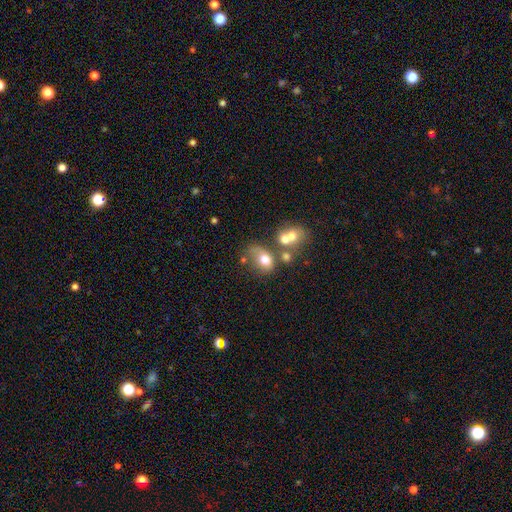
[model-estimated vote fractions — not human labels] smooth-or-featured: smooth: 60% | featured or disk: 24% | star or artifact: 16%
  how-rounded: in between: 57% | round: 41% | cigar-shaped: 2%
  merging: merger: 40% | none: 31% | minor disturbance: 15% | major disturbance: 14%